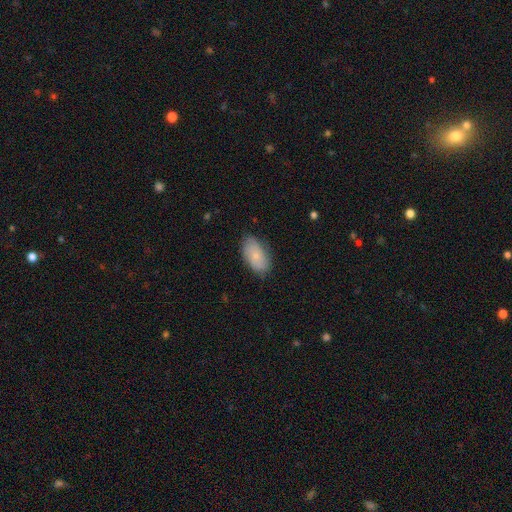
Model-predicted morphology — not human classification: smooth 72%, featured or disk 21%, star or artifact 7%. Down the decision tree: how rounded — in between (94%); merging — none (77%).